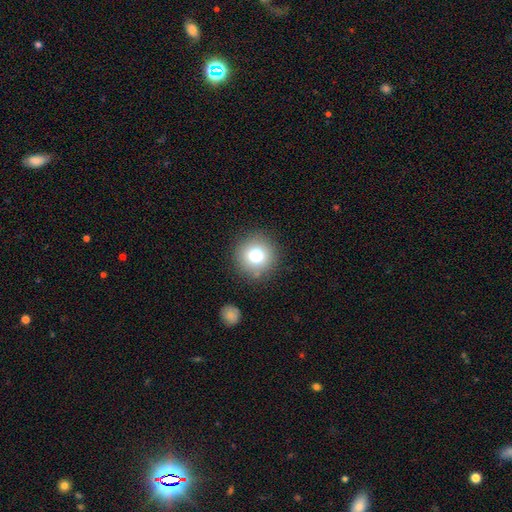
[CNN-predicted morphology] A smooth galaxy with no disk features (80%) that is round (94%).

Vote fractions:
- Smooth or featured? smooth: 80% / star or artifact: 11% / featured or disk: 9%
- How rounded? round: 94% / in between: 6% / cigar-shaped: 1%
- Merging? none: 85% / minor disturbance: 9% / major disturbance: 3% / merger: 3%